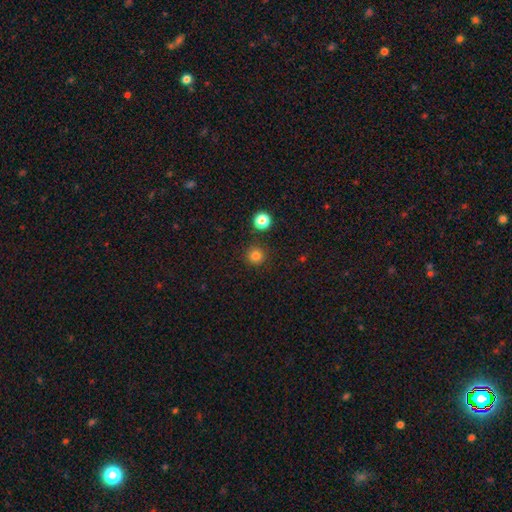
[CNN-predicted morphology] Smooth or featured? smooth (82%)
How rounded? round (95%)
Merging? none (90%)